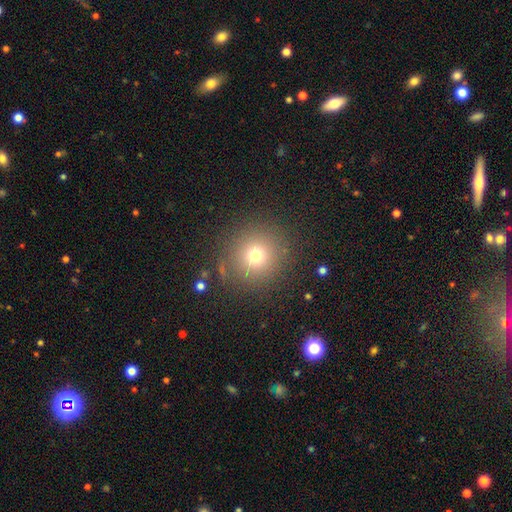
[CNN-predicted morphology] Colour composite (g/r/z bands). It shows a smooth galaxy with no disk features (72%) that is round (93%). Merging: none (86%).